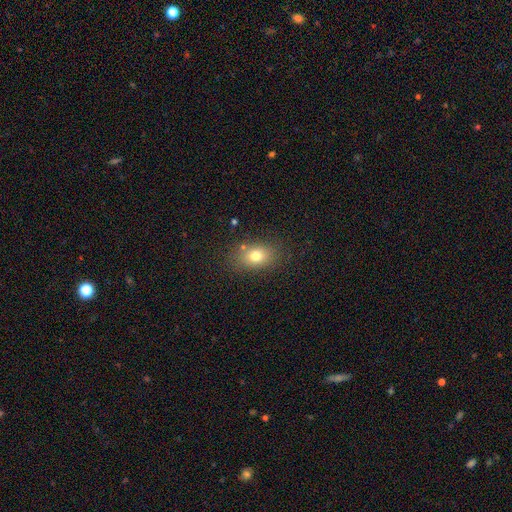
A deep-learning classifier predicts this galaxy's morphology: Smooth or featured? smooth (75%)
How rounded? in between (73%)
Merging? none (80%)